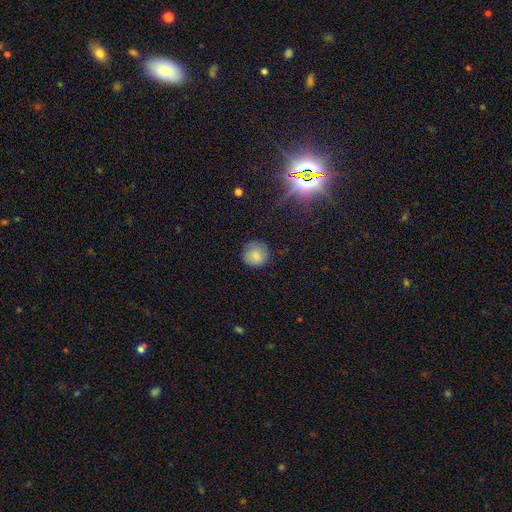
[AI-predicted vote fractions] smooth 81%, star or artifact 10%, featured or disk 9%. Down the decision tree: how rounded — round (91%); merging — none (82%).